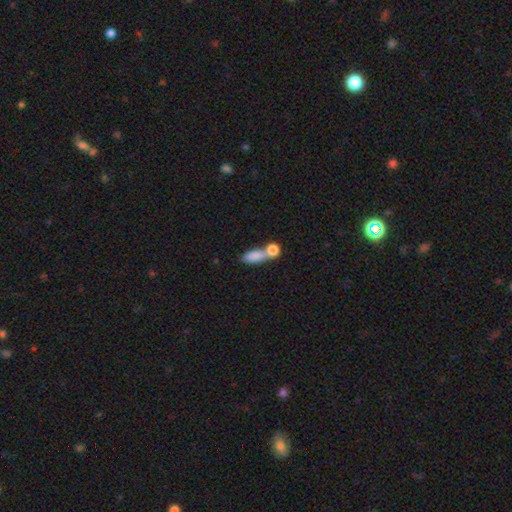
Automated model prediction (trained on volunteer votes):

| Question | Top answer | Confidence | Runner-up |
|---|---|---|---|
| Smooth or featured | smooth | 80% | featured or disk (12%) |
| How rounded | in between | 63% | cigar-shaped (24%) |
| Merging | merger | 56% | none (27%) |